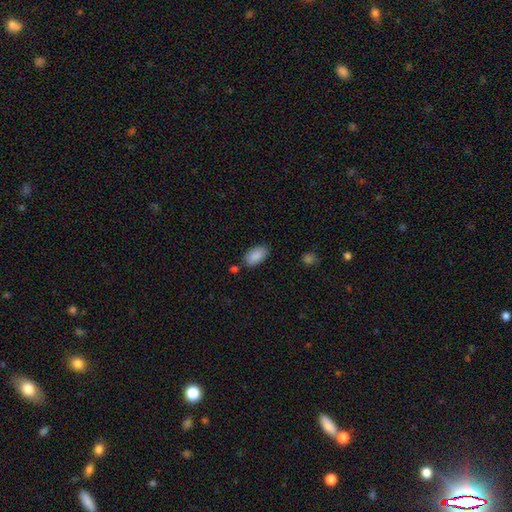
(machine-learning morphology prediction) This is clearly a smooth galaxy (89%). How rounded: clearly in between (95%). Merging: likely none (79%).